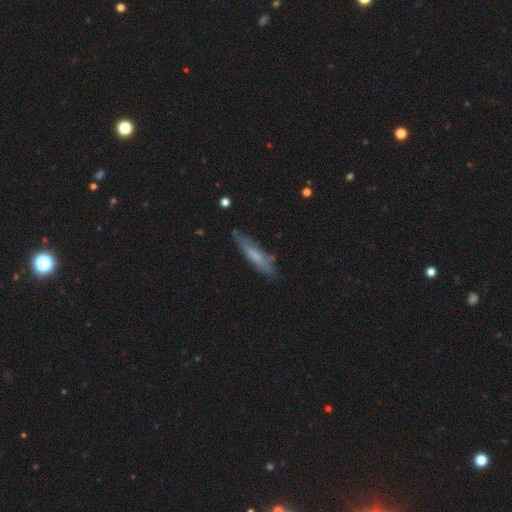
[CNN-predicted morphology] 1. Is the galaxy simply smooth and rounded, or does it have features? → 59% smooth, 35% featured or disk, 6% star or artifact.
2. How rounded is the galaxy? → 81% cigar-shaped, 17% in between, 1% round.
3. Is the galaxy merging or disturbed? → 75% none, 19% minor disturbance, 4% major disturbance, 2% merger.